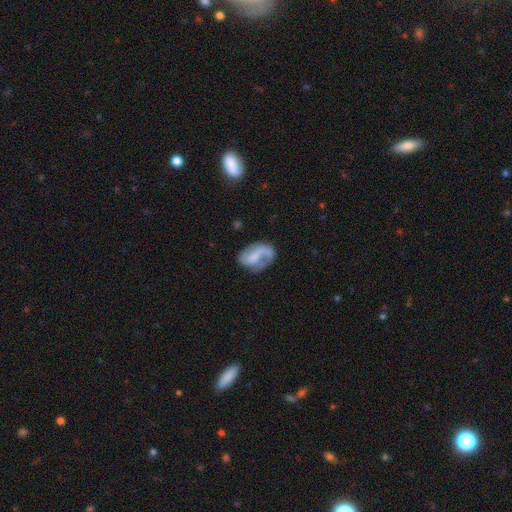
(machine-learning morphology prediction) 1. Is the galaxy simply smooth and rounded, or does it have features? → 64% featured or disk, 29% smooth, 7% star or artifact.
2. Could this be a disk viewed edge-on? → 97% no, 3% yes.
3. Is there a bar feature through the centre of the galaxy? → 41% weak, 35% no, 25% strong.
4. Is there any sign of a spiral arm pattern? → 81% yes, 19% no.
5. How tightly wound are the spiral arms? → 43% loose, 38% medium, 19% tight.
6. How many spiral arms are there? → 51% 2, 37% 1, 8% can't tell, 2% 3, 1% 4, 1% more than 4.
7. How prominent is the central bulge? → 44% none, 24% small, 21% moderate, 8% large, 2% dominant.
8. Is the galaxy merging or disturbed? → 45% none, 25% major disturbance, 25% minor disturbance, 5% merger.